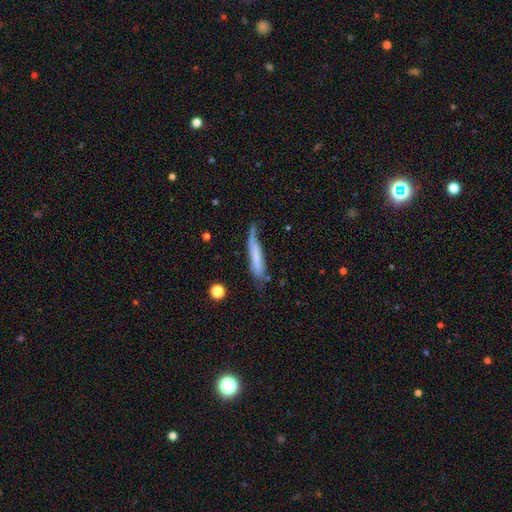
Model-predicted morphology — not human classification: smooth_or_featured: smooth (p=0.57) [alt: featured or disk p=0.35]
how_rounded: cigar-shaped (p=0.90) [alt: in between p=0.08]
merging: none (p=0.50) [alt: minor disturbance p=0.33]